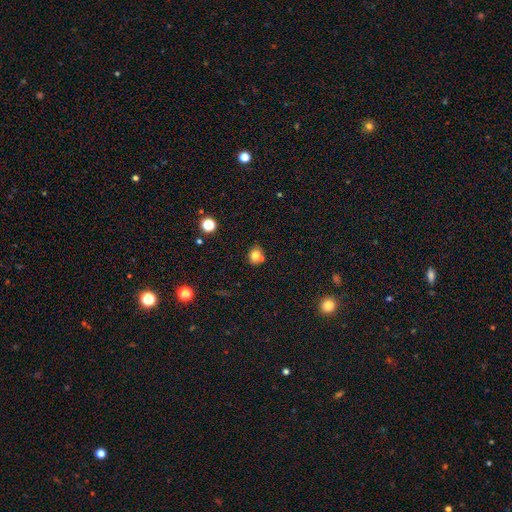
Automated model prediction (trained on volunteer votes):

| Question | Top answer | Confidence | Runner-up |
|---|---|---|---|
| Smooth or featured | smooth | 75% | star or artifact (13%) |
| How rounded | round | 60% | in between (39%) |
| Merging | none | 58% | merger (27%) |